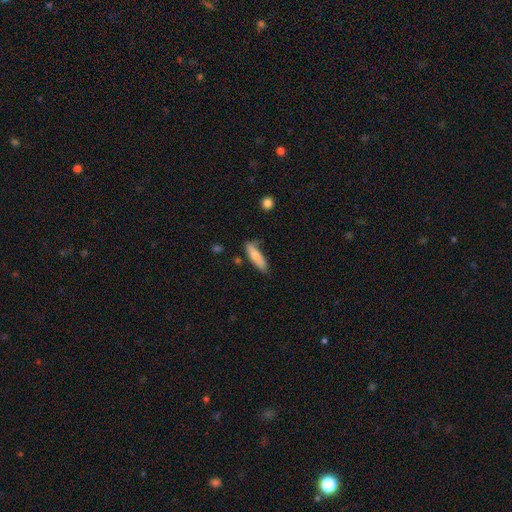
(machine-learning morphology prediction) type=smooth (76%); roundness=cigar-shaped (61%); merging=none (65%).